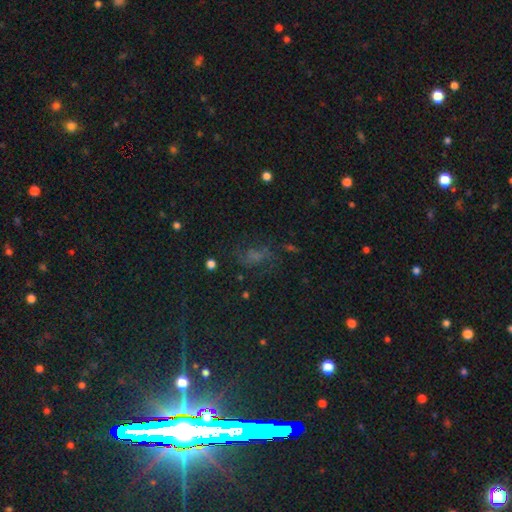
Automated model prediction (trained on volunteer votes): Smooth or featured? Predicted: star or artifact (p=0.42).